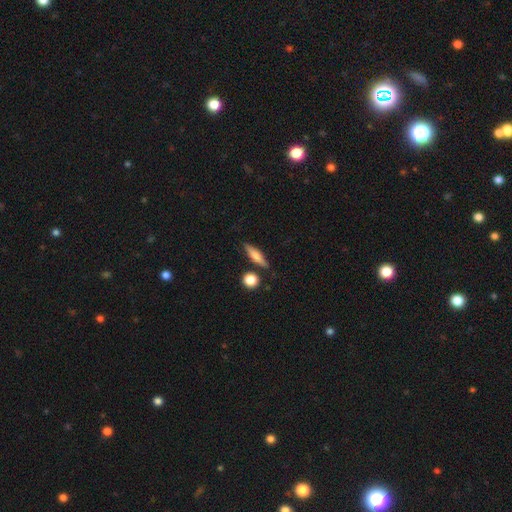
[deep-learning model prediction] This appears to be a smooth galaxy with no disk features (62%) that is cigar-shaped (64%). Merging: none (80%).